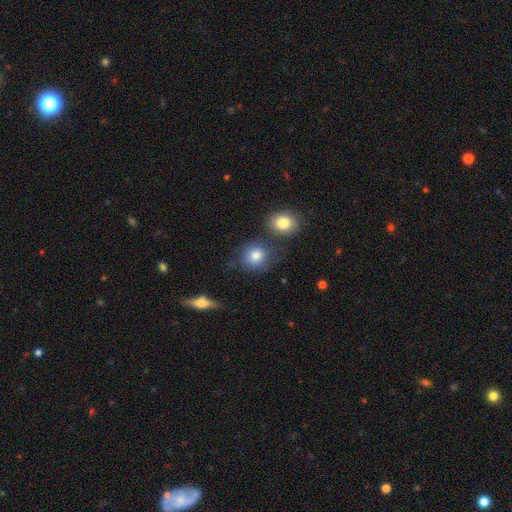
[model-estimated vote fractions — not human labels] This appears to be a smooth galaxy with no disk features (81%) that is round (83%). Merging: none (66%).